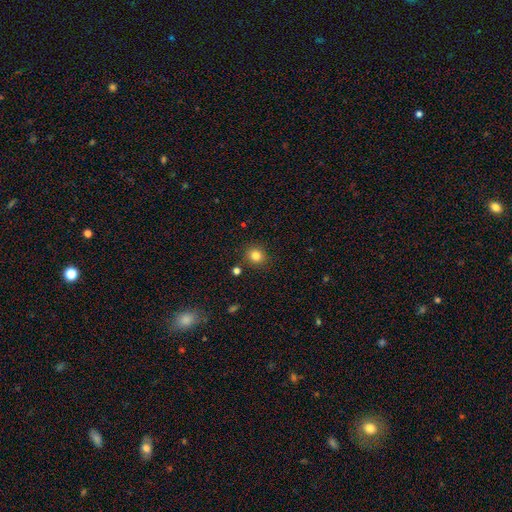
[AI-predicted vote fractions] smooth_or_featured: smooth (p=0.82) [alt: star or artifact p=0.12]
how_rounded: round (p=0.87) [alt: in between p=0.12]
merging: none (p=0.87) [alt: minor disturbance p=0.08]